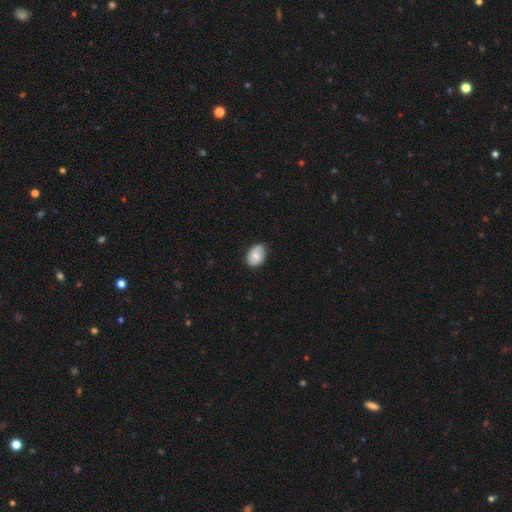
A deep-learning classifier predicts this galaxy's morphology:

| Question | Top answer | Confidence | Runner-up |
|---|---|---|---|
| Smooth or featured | smooth | 62% | featured or disk (31%) |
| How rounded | in between | 75% | round (24%) |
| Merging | none | 74% | minor disturbance (21%) |